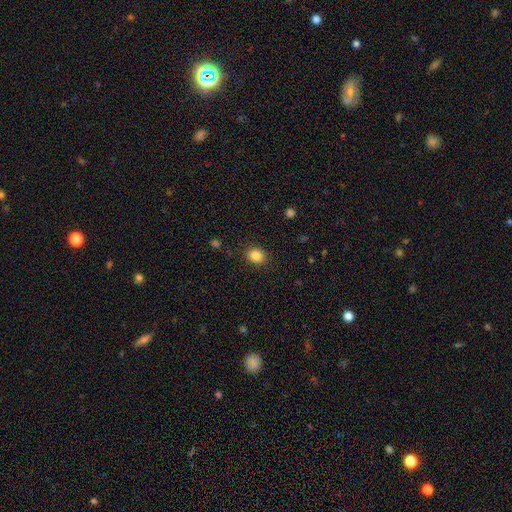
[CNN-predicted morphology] This appears to be a smooth galaxy with no disk features (86%) that is in between round and cigar-shaped (53%). Merging: none (88%).